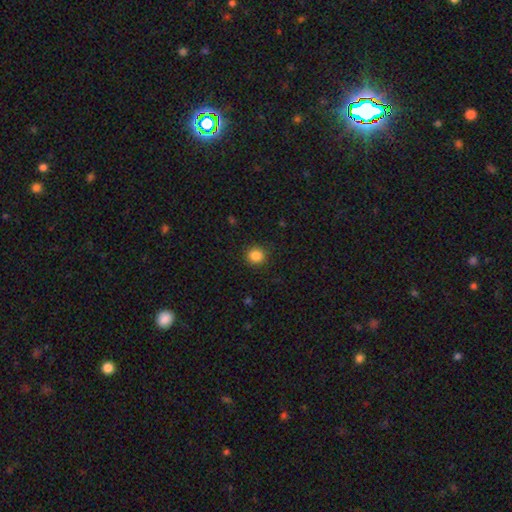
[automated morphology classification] smooth 86%, star or artifact 10%, featured or disk 4%. Down the decision tree: how rounded — round (89%); merging — none (91%).